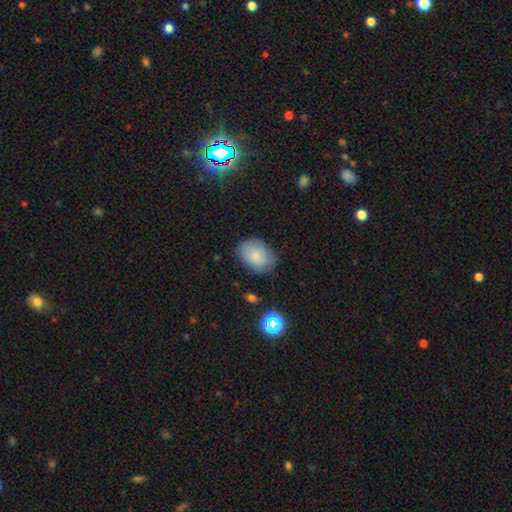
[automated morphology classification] A smooth galaxy with no disk features (81%) that is in between round and cigar-shaped (75%). Merging: none (73%).